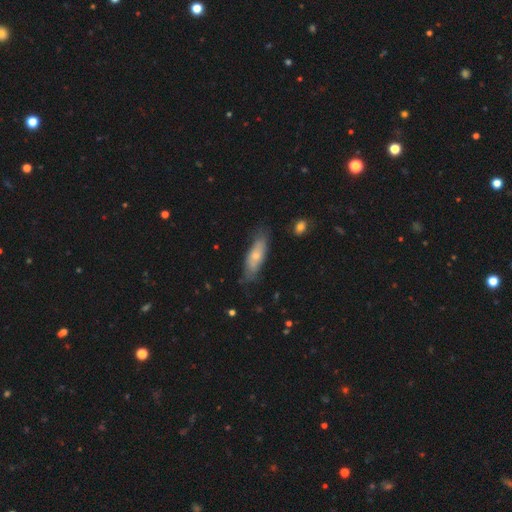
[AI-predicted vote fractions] A smooth galaxy with no disk features (60%) that is in between round and cigar-shaped (51%). Merging: none (70%).